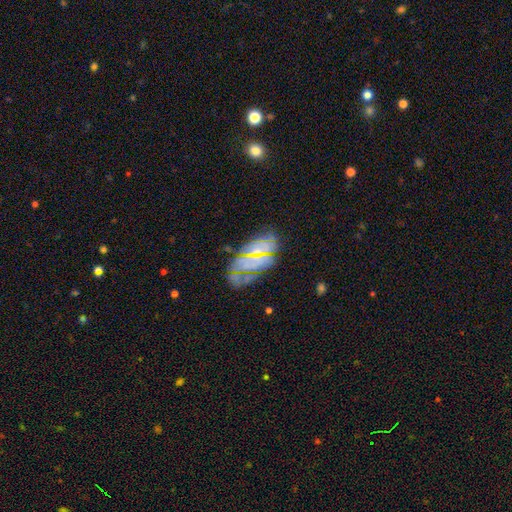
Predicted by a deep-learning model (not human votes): A featured or disk galaxy (42%).

Vote fractions:
- Smooth or featured? featured or disk: 42% / smooth: 32% / star or artifact: 26%
- Merging? none: 66% / minor disturbance: 21% / major disturbance: 8% / merger: 4%